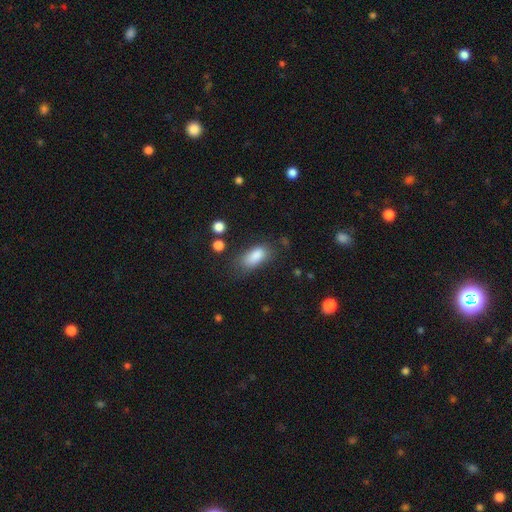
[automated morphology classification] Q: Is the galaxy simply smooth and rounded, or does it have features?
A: smooth — 84%.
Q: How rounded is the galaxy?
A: in between — 87%.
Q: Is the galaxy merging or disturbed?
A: none — 60%.